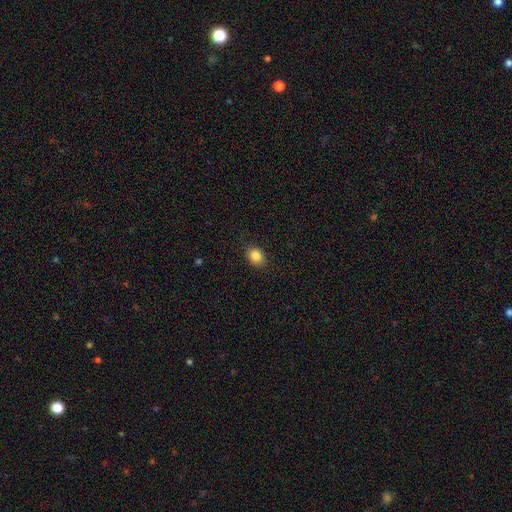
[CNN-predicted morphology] Smooth or featured?
  - smooth: 85% *
  - star or artifact: 10%
  - featured or disk: 5%
How rounded?
  - in between: 54% *
  - round: 45%
  - cigar-shaped: 1%
Merging?
  - none: 87% *
  - minor disturbance: 10%
  - major disturbance: 2%
  - merger: 1%